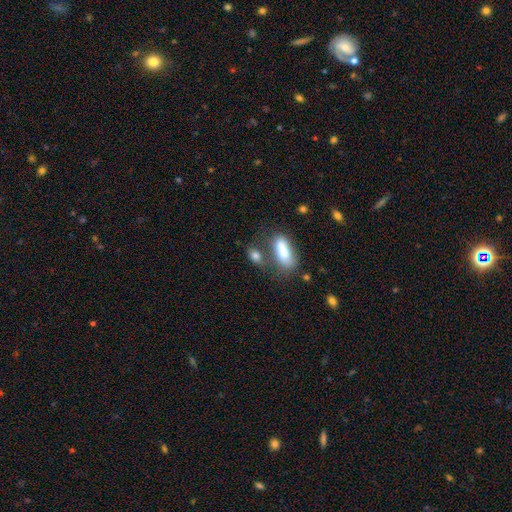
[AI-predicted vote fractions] smooth_or_featured: smooth (p=0.78) [alt: featured or disk p=0.13]
how_rounded: in between (p=0.76) [alt: cigar-shaped p=0.15]
merging: none (p=0.44) [alt: merger p=0.30]